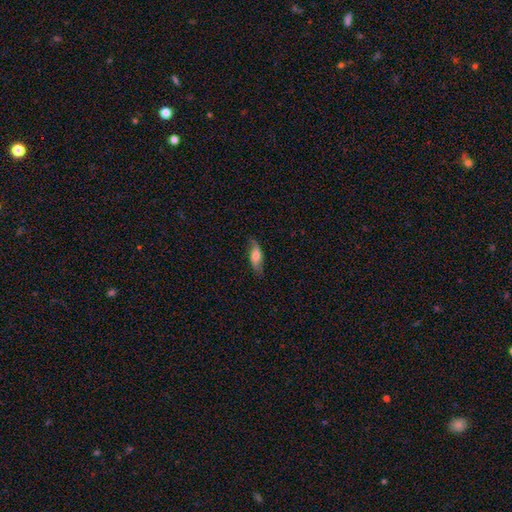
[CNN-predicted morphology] This appears to be a smooth galaxy with no disk features (57%) that is in between round and cigar-shaped (71%). Merging: none (74%).